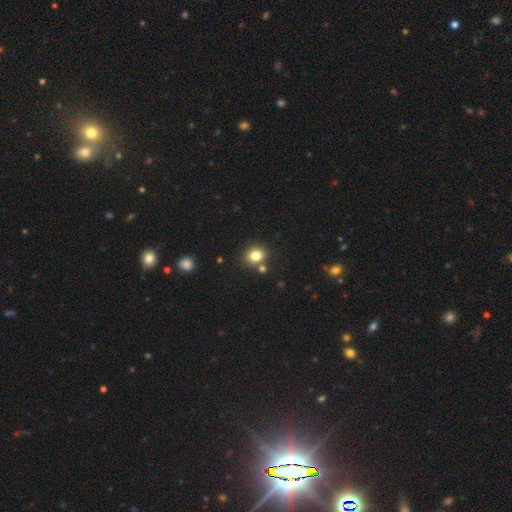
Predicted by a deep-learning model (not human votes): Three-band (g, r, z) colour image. It shows a smooth galaxy with no disk features (81%) that is round (73%). Merging: none (77%).